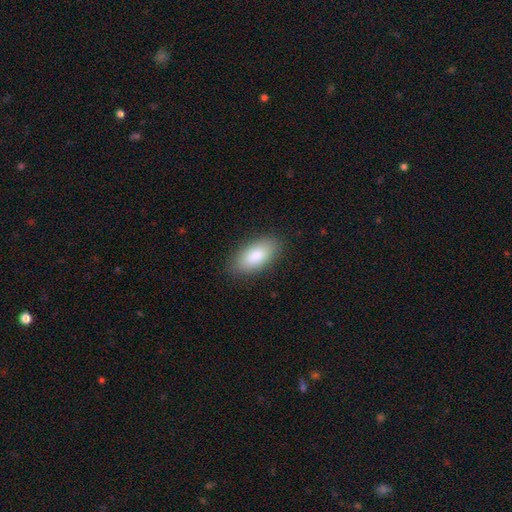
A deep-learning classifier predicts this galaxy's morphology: Overall: smooth (85%). How rounded: in between (92%). Merging: none (85%).